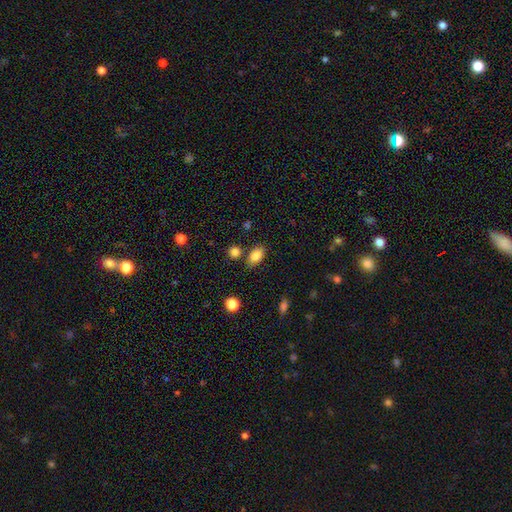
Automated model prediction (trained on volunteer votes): Q: Smooth or featured?
A: smooth (84%); runner-up: star or artifact (9%)
Q: How rounded?
A: in between (86%); runner-up: round (12%)
Q: Merging?
A: none (74%); runner-up: minor disturbance (14%)